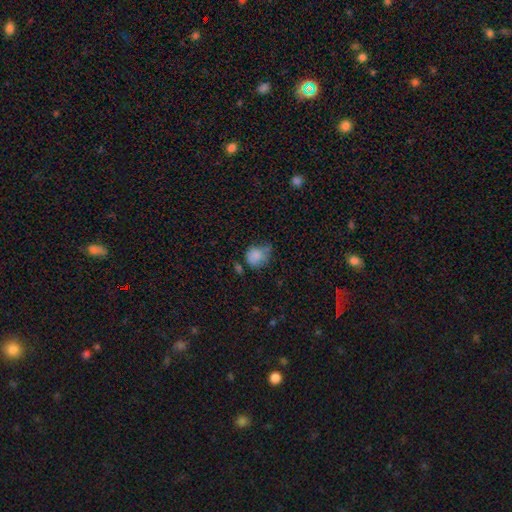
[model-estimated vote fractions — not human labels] A smooth galaxy with no disk features (80%) that is round (69%).

Vote fractions:
- Smooth or featured? smooth: 80% / star or artifact: 10% / featured or disk: 9%
- How rounded? round: 69% / in between: 30% / cigar-shaped: 1%
- Merging? none: 42% / minor disturbance: 37% / major disturbance: 12% / merger: 8%